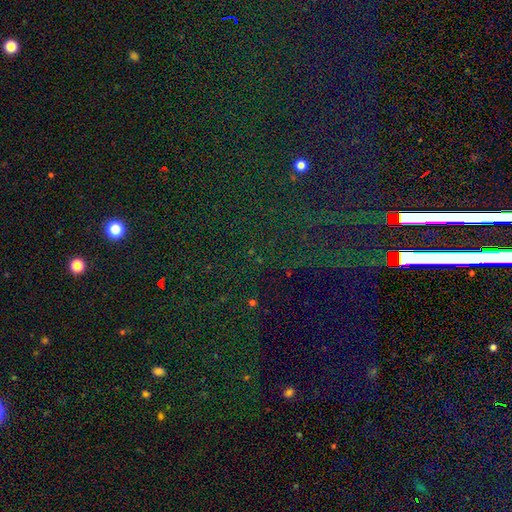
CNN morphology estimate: Smooth or featured? star or artifact (81%)